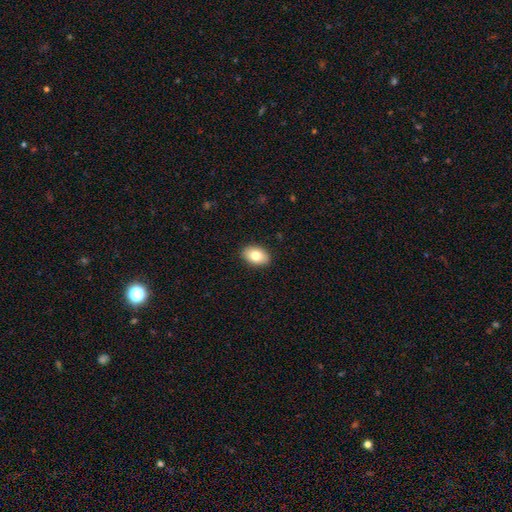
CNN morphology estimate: Smooth or featured? Predicted: smooth (p=0.80). How rounded? Predicted: in between (p=0.88). Merging? Predicted: none (p=0.90).